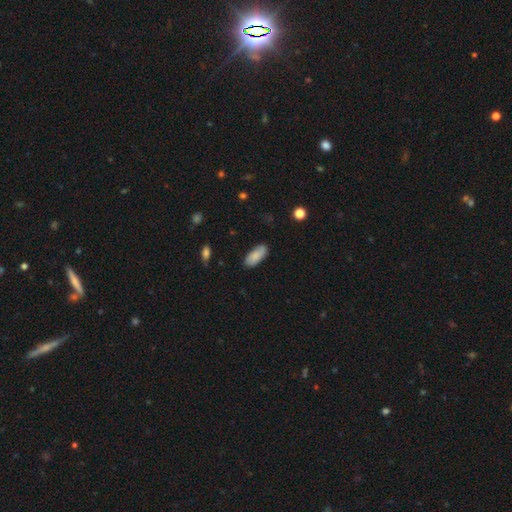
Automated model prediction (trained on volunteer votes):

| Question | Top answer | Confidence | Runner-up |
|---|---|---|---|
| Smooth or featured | smooth | 85% | featured or disk (9%) |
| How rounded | in between | 86% | cigar-shaped (12%) |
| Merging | none | 83% | minor disturbance (14%) |